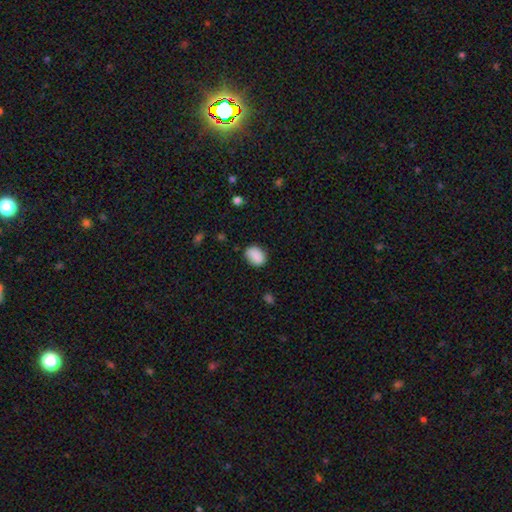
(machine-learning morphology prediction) Smooth or featured: smooth — 89% (star or artifact — 8%)
How rounded: in between — 71% (round — 28%)
Merging: none — 81% (minor disturbance — 15%)